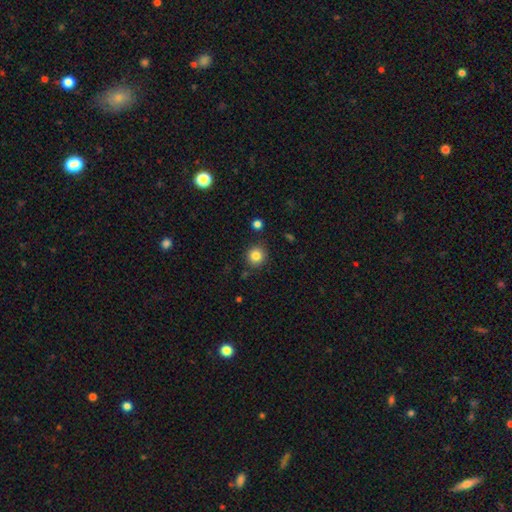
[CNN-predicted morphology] The model was most divided on "smooth or featured": smooth: 83%, star or artifact: 11%, featured or disk: 6%. More confident: how rounded — round (92%); merging — none (87%).